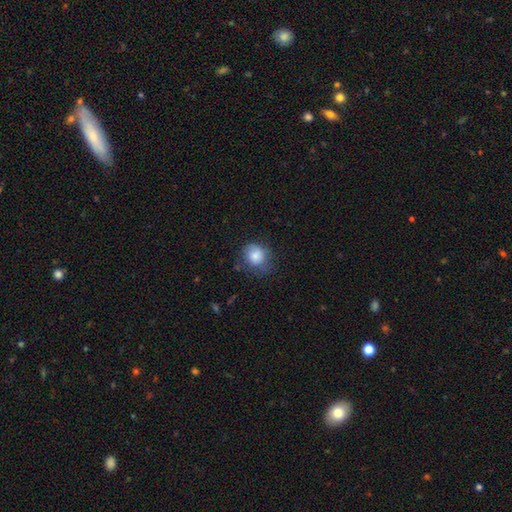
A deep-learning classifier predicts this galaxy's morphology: smooth-or-featured: smooth: 80% | featured or disk: 12% | star or artifact: 8%
  how-rounded: round: 67% | in between: 32% | cigar-shaped: 1%
  merging: none: 54% | minor disturbance: 30% | major disturbance: 13% | merger: 2%